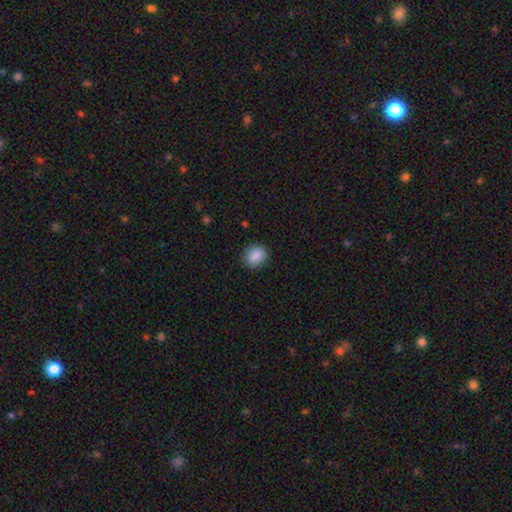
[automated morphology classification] This is clearly a smooth galaxy (88%). How rounded: possibly round (58%). Merging: clearly none (86%).